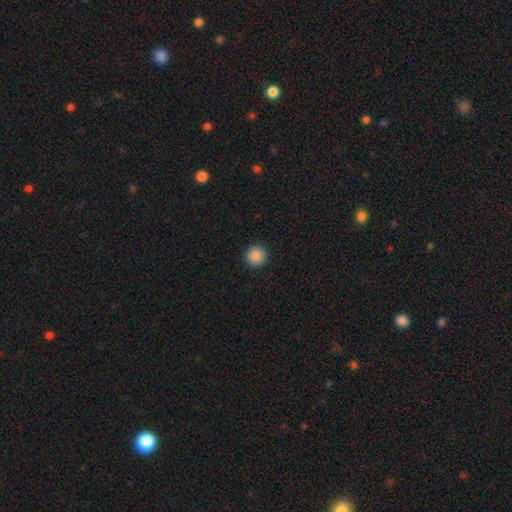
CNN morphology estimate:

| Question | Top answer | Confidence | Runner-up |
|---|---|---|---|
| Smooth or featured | smooth | 86% | star or artifact (10%) |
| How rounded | round | 96% | in between (3%) |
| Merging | none | 93% | minor disturbance (4%) |